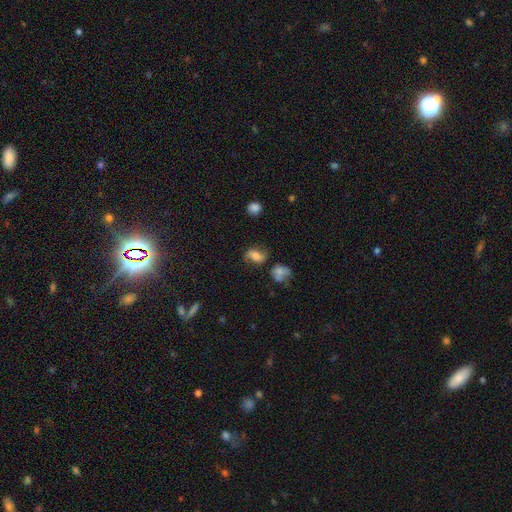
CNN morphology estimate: A smooth galaxy with no disk features (49%).

Vote fractions:
- Smooth or featured? smooth: 49% / featured or disk: 39% / star or artifact: 12%
- Merging? none: 61% / minor disturbance: 22% / major disturbance: 10% / merger: 7%